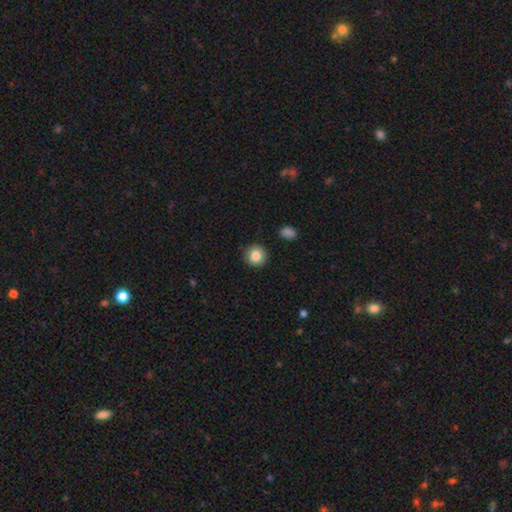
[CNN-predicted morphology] smooth 84%, star or artifact 9%, featured or disk 7%. Down the decision tree: how rounded — round (93%); merging — none (91%).